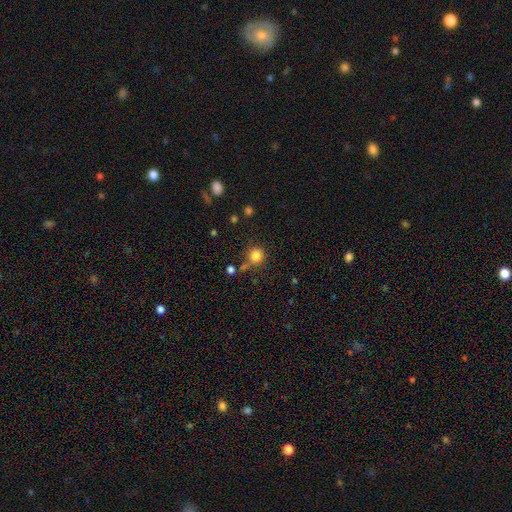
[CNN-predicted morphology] smooth-or-featured: smooth: 82% | star or artifact: 12% | featured or disk: 6%
  how-rounded: round: 92% | in between: 7% | cigar-shaped: 1%
  merging: none: 72% | minor disturbance: 13% | merger: 10% | major disturbance: 5%